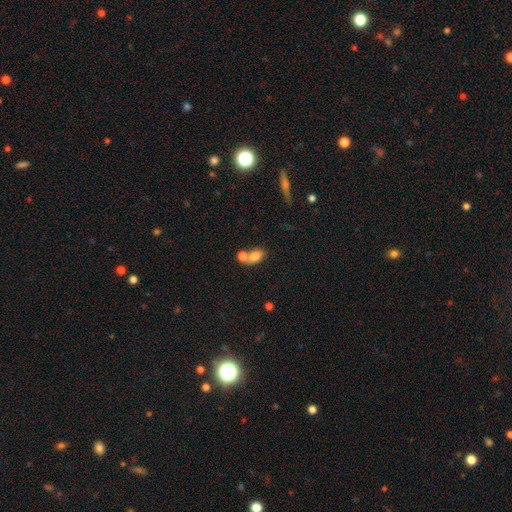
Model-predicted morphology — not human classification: This appears to be a smooth galaxy with no disk features (78%) that is in between round and cigar-shaped (79%). Merging: merger (48%).